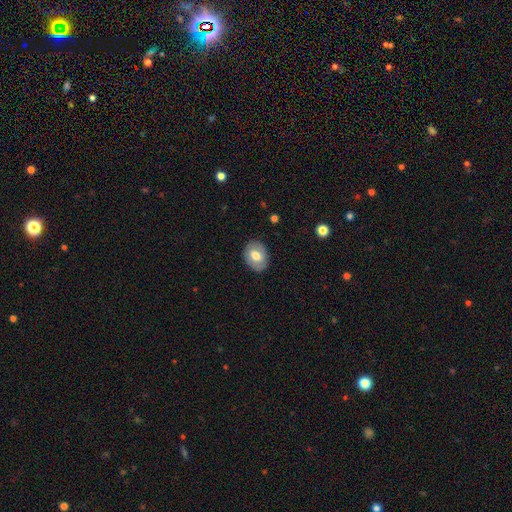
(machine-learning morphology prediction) A smooth galaxy with no disk features (68%) that is in between round and cigar-shaped (67%). Merging: none (85%).